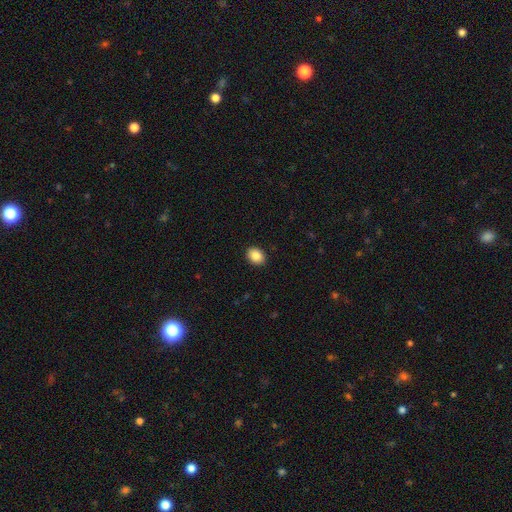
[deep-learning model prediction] Smooth or featured: smooth — 88% (star or artifact — 8%)
How rounded: in between — 54% (round — 45%)
Merging: none — 91% (minor disturbance — 6%)